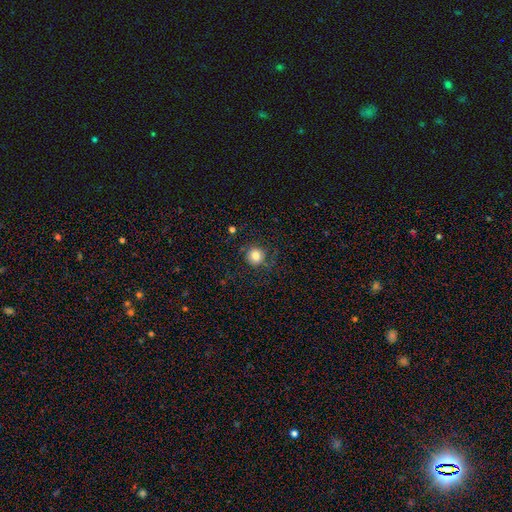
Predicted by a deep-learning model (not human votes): Smooth or featured? smooth (81%)
How rounded? round (94%)
Merging? none (84%)